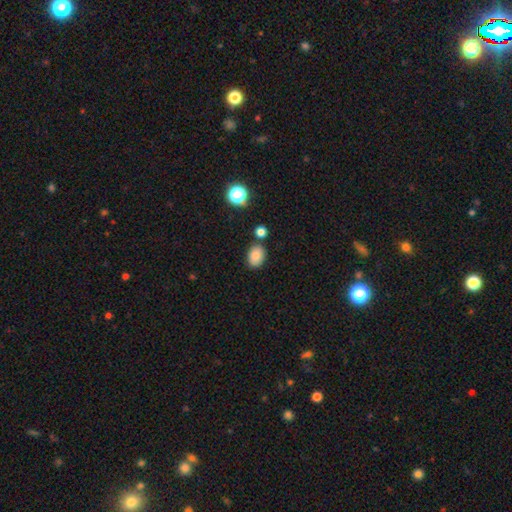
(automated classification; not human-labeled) smooth_or_featured: smooth (p=0.85) [alt: star or artifact p=0.10]
how_rounded: in between (p=0.74) [alt: round p=0.24]
merging: none (p=0.77) [alt: minor disturbance p=0.12]